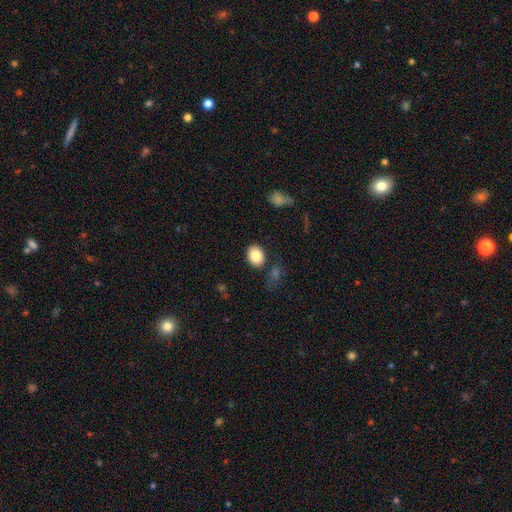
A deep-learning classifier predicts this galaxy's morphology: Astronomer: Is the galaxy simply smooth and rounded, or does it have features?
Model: smooth — 84%.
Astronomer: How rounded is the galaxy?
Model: in between — 58% (runner-up: round, 41%).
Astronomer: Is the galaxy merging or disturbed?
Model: none — 82%.